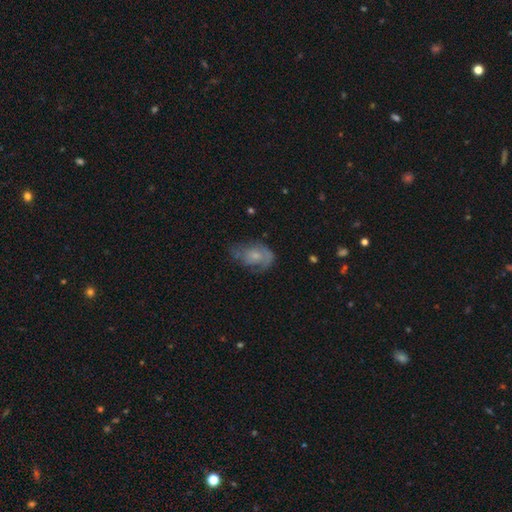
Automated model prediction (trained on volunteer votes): Smooth or featured? featured or disk (53%)
Edge-on disk? no (96%)
Bar? no (77%)
Spiral arms? yes (69%)
Bulge size? small (55%)
Merging? none (46%)